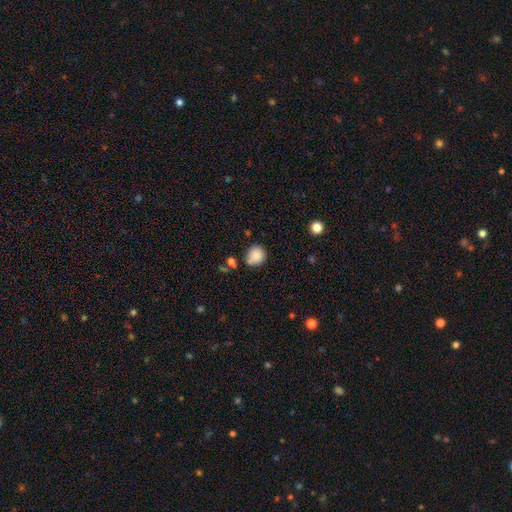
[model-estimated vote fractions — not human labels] The model was most divided on "merging": none: 68%, minor disturbance: 21%, merger: 7%, major disturbance: 4%. More confident: smooth or featured — smooth (85%); how rounded — round (80%).